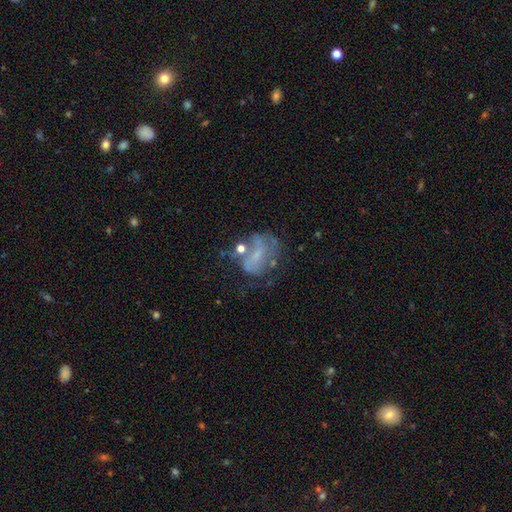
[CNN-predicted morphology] The model was most divided on "bulge size": small: 41%, none: 40%, moderate: 15%, large: 2%, dominant: 1%. Remaining: edge-on disk — no (97%); spiral arms — no (59%); smooth or featured — featured or disk (58%); bar — no (53%); merging — none (35%).